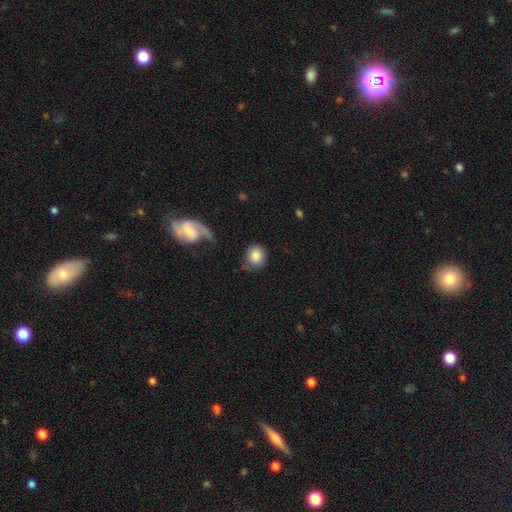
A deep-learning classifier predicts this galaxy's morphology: A smooth galaxy with no disk features (83%) that is round (75%). Merging: none (68%).